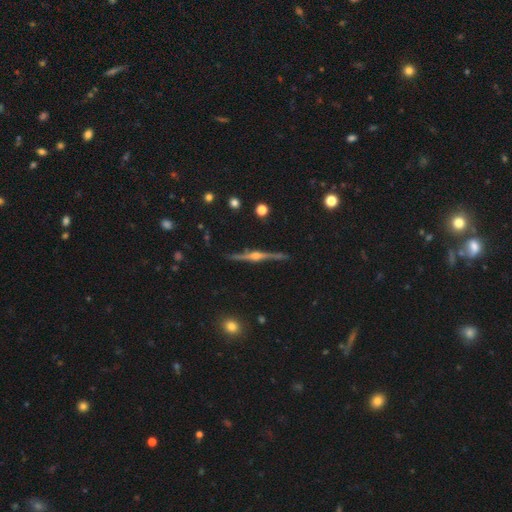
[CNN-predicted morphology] This is clearly a featured or disk galaxy (87%). It is clearly viewed edge-on (98%). Edge-on bulge: clearly rounded (91%). Merging: clearly none (89%).